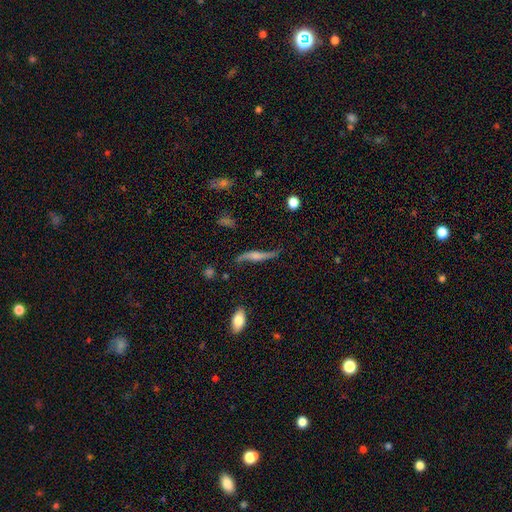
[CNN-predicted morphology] A featured or disk galaxy (75%). Merging: none (67%).